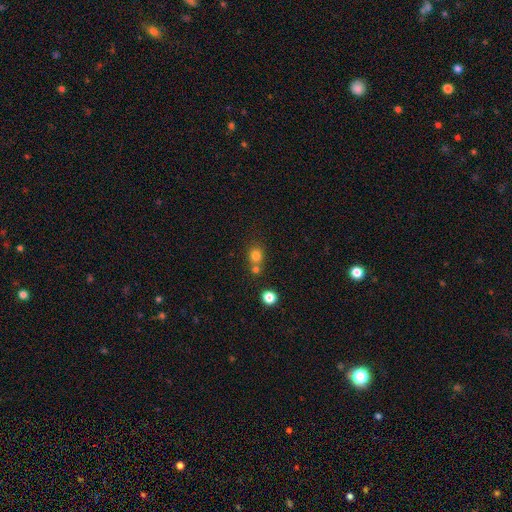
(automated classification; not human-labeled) Smooth or featured: smooth — 79% (star or artifact — 14%)
How rounded: round — 78% (in between — 21%)
Merging: none — 56% (merger — 32%)